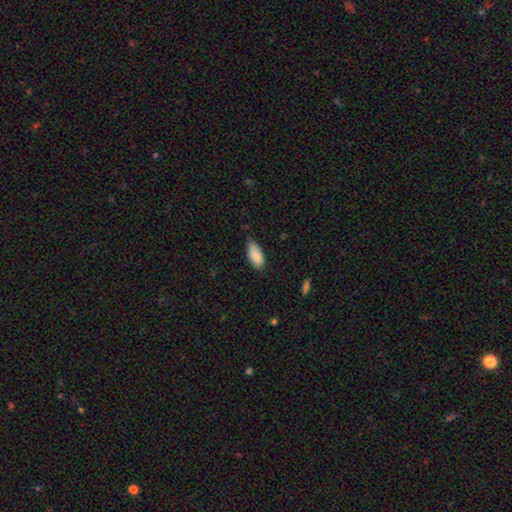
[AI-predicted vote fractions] Smooth or featured?
  - smooth: 88% *
  - star or artifact: 6%
  - featured or disk: 6%
How rounded?
  - in between: 89% *
  - cigar-shaped: 10%
  - round: 2%
Merging?
  - none: 70% *
  - minor disturbance: 25%
  - major disturbance: 3%
  - merger: 1%